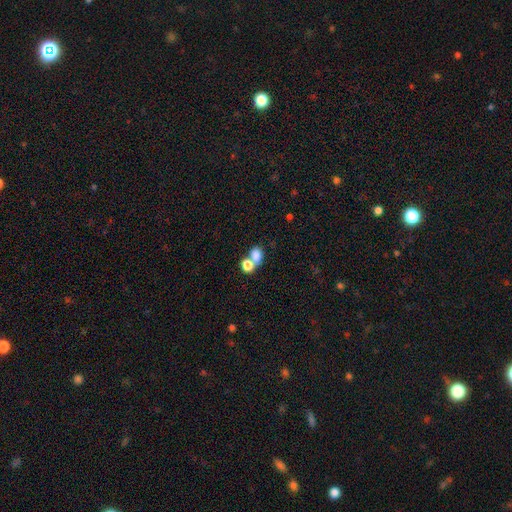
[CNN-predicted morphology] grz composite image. It shows a smooth galaxy with no disk features (79%) that is in between round and cigar-shaped (58%). Merging: merger (55%).